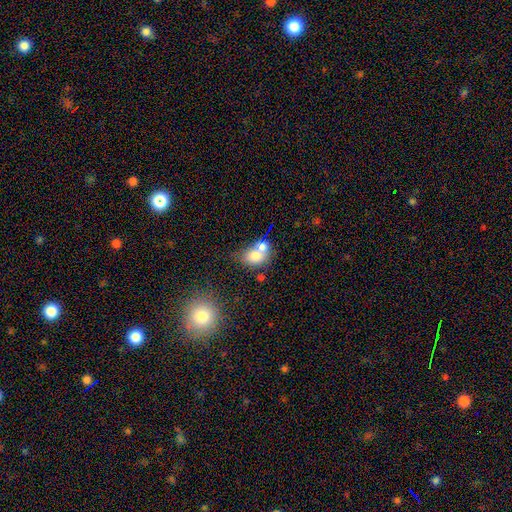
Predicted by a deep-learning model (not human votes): Smooth or featured?
  - smooth: 71% *
  - featured or disk: 19%
  - star or artifact: 10%
How rounded?
  - in between: 57% *
  - round: 42%
  - cigar-shaped: 1%
Merging?
  - merger: 61% *
  - none: 24%
  - minor disturbance: 9%
  - major disturbance: 5%